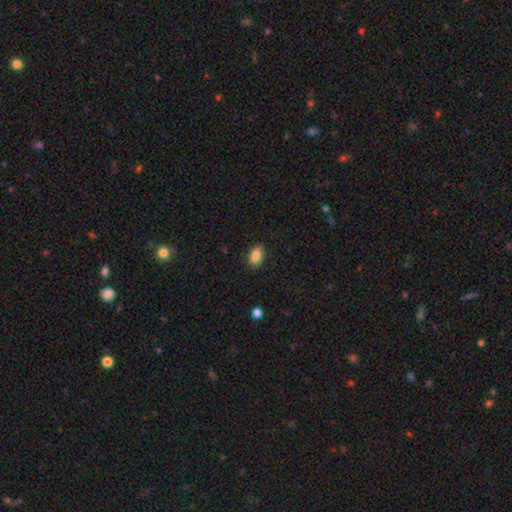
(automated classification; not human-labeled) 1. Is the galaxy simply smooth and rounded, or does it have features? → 85% smooth, 8% star or artifact, 7% featured or disk.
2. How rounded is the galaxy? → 88% in between, 10% round, 2% cigar-shaped.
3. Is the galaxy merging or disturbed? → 86% none, 10% minor disturbance, 2% major disturbance, 1% merger.